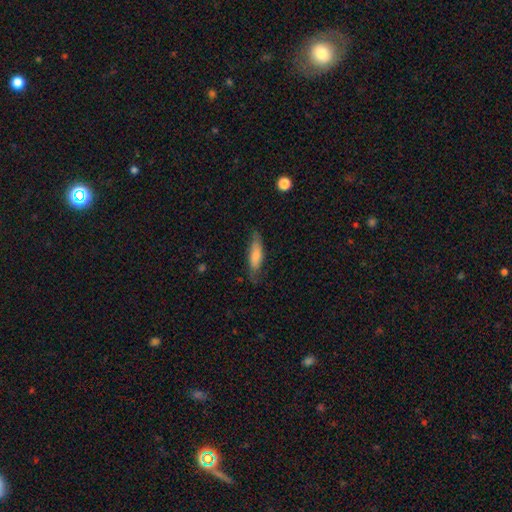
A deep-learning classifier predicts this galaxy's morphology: Smooth or featured?
  - smooth: 74% *
  - featured or disk: 20%
  - star or artifact: 6%
How rounded?
  - cigar-shaped: 52% *
  - in between: 46%
  - round: 2%
Merging?
  - none: 69% *
  - minor disturbance: 23%
  - major disturbance: 6%
  - merger: 2%